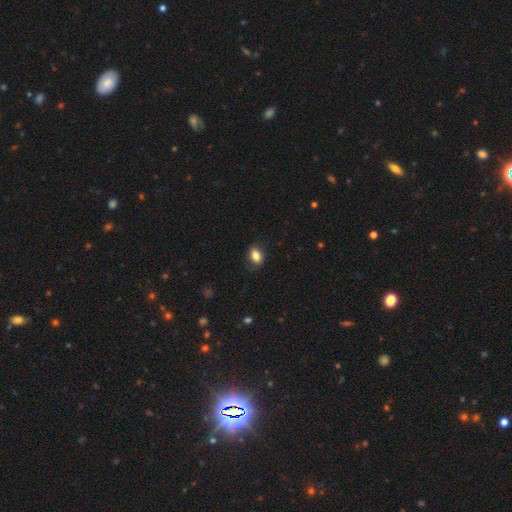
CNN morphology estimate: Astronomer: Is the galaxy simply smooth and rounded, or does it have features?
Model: smooth — 83%.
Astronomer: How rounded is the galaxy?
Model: in between — 82%.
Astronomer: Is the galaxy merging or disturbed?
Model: none — 82%.